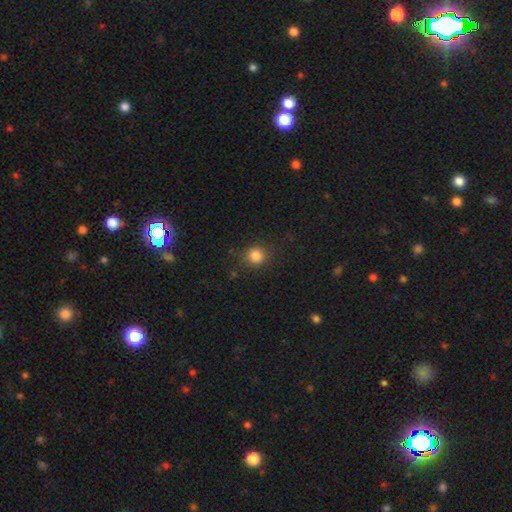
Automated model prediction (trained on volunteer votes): This appears to be a smooth galaxy with no disk features (84%) that is round (87%). Merging: none (85%).